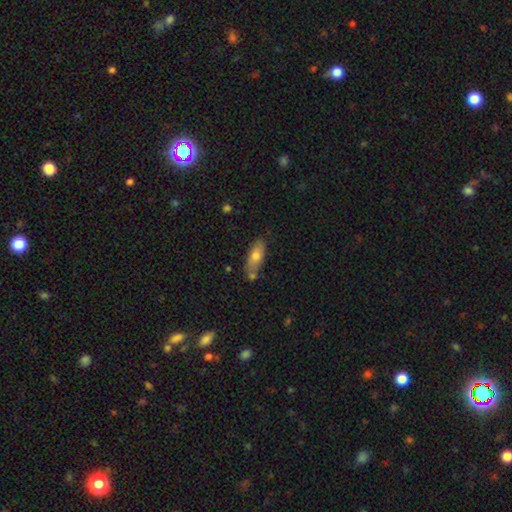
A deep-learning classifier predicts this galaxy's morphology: Smooth or featured?
  - smooth: 71% *
  - featured or disk: 22%
  - star or artifact: 7%
How rounded?
  - in between: 71% *
  - cigar-shaped: 26%
  - round: 3%
Merging?
  - none: 65% *
  - minor disturbance: 19%
  - merger: 11%
  - major disturbance: 4%